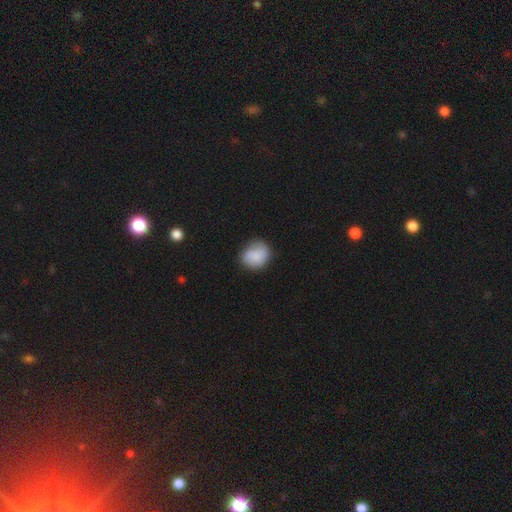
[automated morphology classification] A smooth galaxy with no disk features (84%) that is round (61%). Merging: none (69%).